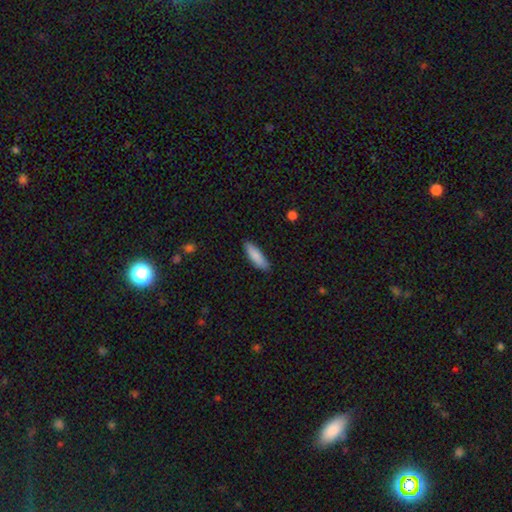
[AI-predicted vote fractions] Smooth or featured? smooth (87%)
How rounded? cigar-shaped (58%)
Merging? none (87%)